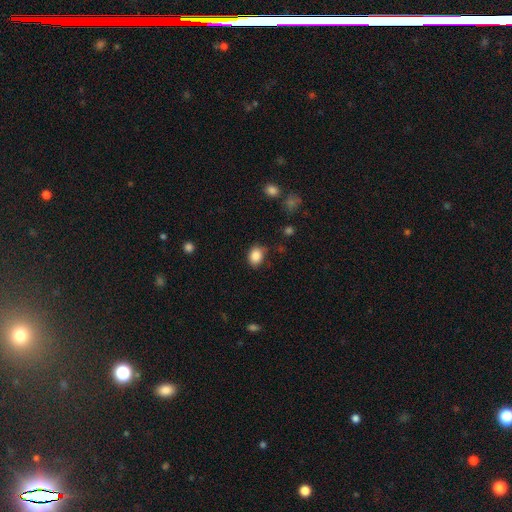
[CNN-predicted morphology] The model was most divided on "how rounded": in between: 54%, round: 45%, cigar-shaped: 1%. More confident: smooth or featured — smooth (86%); merging — none (74%).